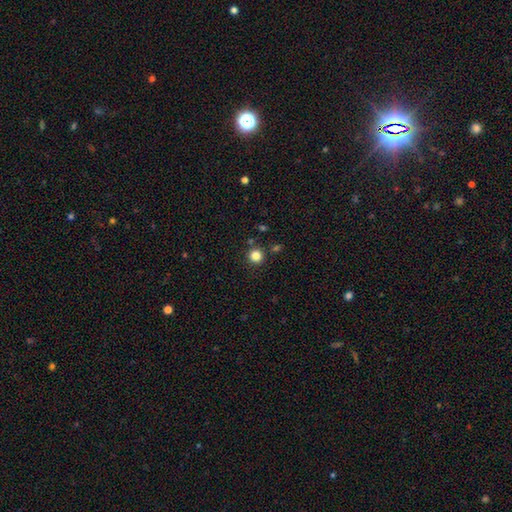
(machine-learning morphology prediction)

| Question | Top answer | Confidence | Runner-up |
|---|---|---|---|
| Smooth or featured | smooth | 83% | star or artifact (12%) |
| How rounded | round | 95% | in between (4%) |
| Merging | none | 88% | minor disturbance (6%) |